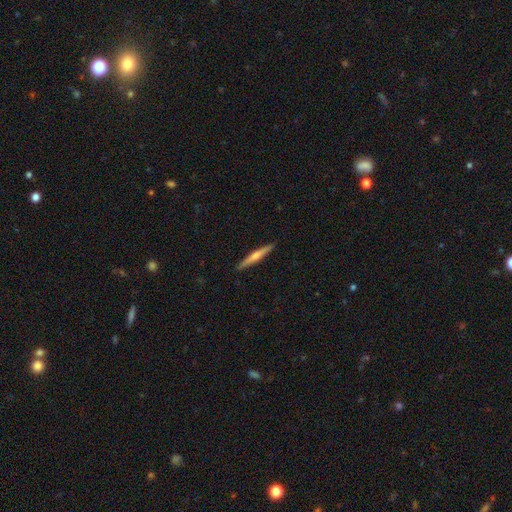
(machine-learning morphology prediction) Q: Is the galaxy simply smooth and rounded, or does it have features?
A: featured or disk — 59%.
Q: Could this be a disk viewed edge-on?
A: yes — 98%.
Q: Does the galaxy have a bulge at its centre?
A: rounded — 76%.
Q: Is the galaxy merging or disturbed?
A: none — 92%.